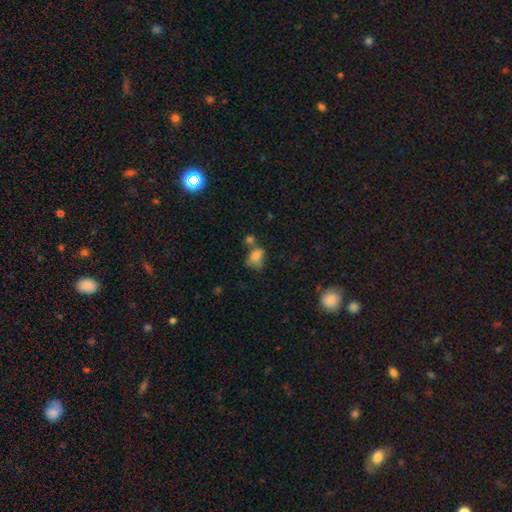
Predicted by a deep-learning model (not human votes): A smooth galaxy with no disk features (72%) that is in between round and cigar-shaped (67%). Merging: merger (33%).